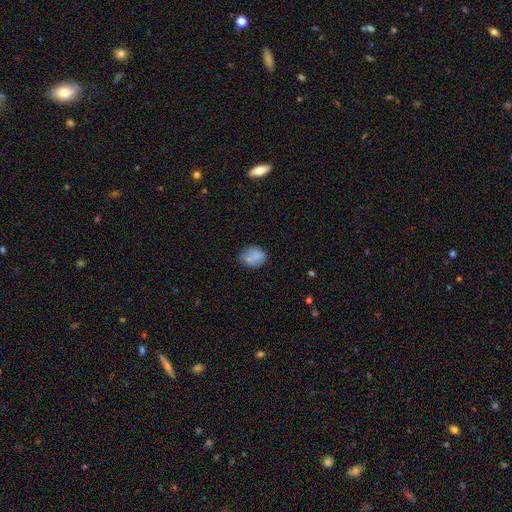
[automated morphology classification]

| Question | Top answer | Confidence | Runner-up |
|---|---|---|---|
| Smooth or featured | smooth | 77% | featured or disk (14%) |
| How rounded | round | 57% | in between (42%) |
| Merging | none | 64% | minor disturbance (21%) |